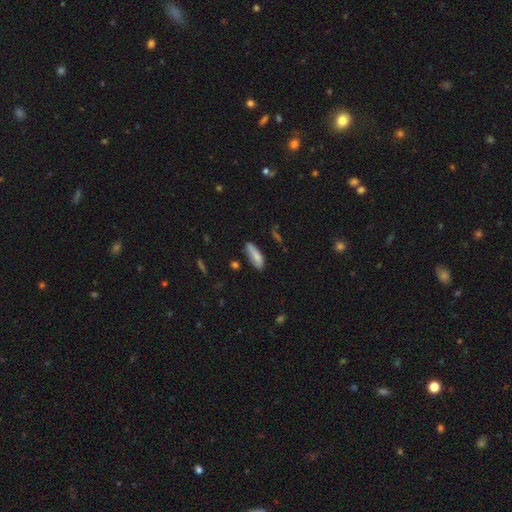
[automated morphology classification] Smooth or featured? smooth (80%)
How rounded? in between (58%)
Merging? none (70%)